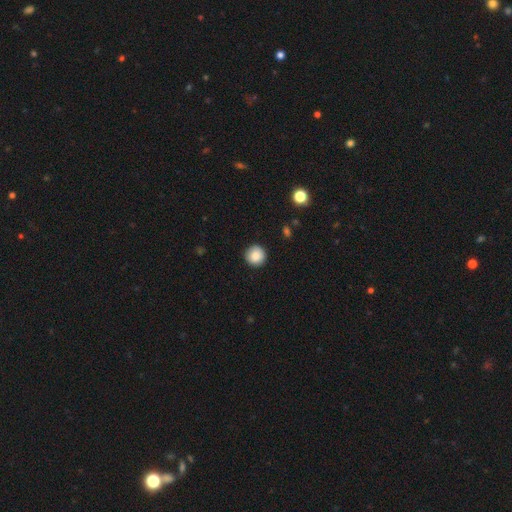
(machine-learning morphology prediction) This is clearly a smooth galaxy (87%). How rounded: clearly round (95%). Merging: clearly none (91%).